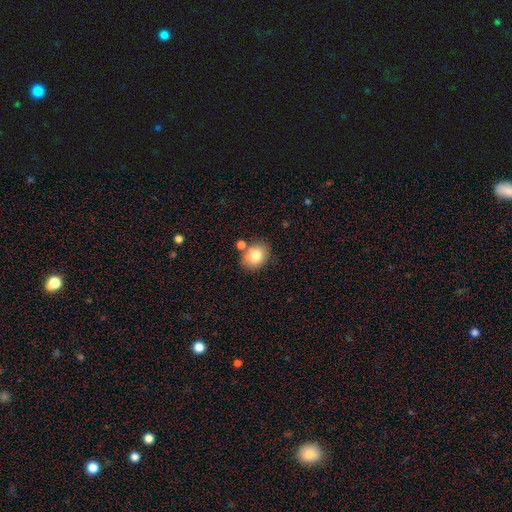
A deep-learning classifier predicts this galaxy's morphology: smooth 79%, featured or disk 12%, star or artifact 10%. Down the decision tree: how rounded — round (52%); merging — none (68%).